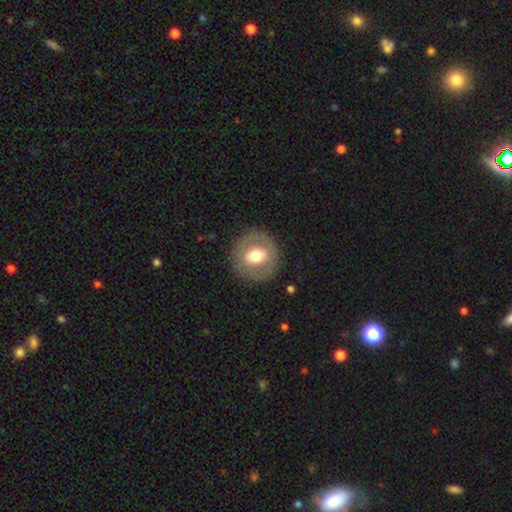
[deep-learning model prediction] This is possibly a smooth galaxy (53%). How rounded: clearly round (90%). Merging: clearly none (86%).